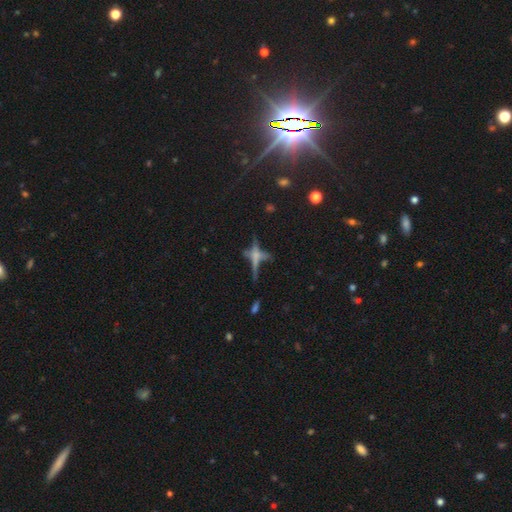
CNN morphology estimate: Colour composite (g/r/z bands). It shows a featured or disk galaxy (47%). Merging: none (56%).